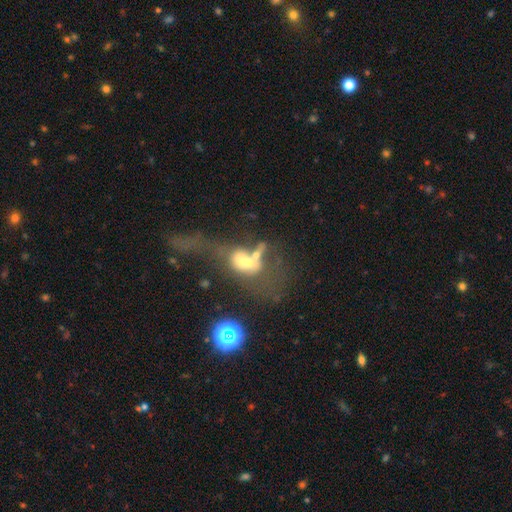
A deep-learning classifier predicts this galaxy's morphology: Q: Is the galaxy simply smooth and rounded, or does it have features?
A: smooth — 44%.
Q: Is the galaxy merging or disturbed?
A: merger — 54%.